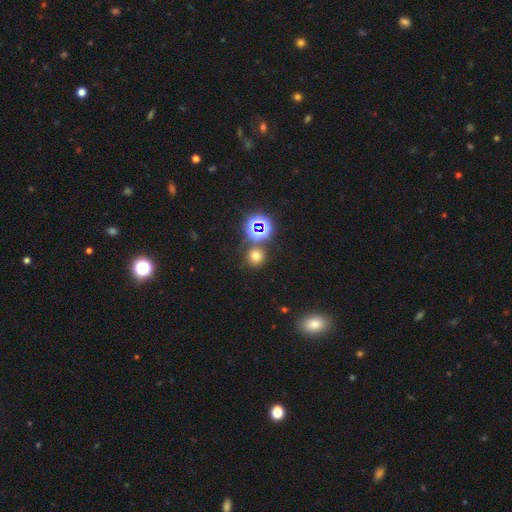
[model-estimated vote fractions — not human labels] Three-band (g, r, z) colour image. It shows a smooth galaxy with no disk features (63%) that is round (91%). Merging: none (79%).